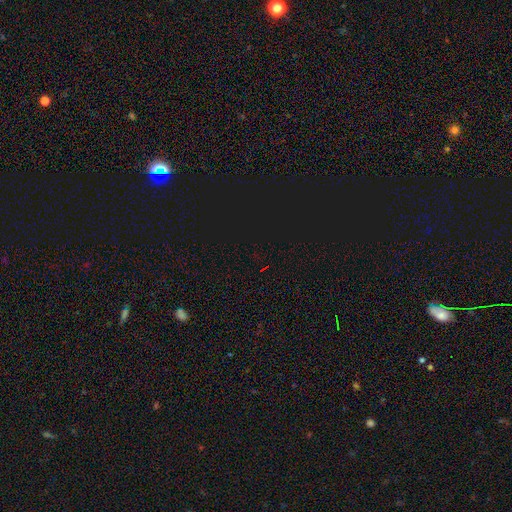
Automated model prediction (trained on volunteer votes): Smooth or featured?
  - star or artifact: 80% *
  - smooth: 14%
  - featured or disk: 7%